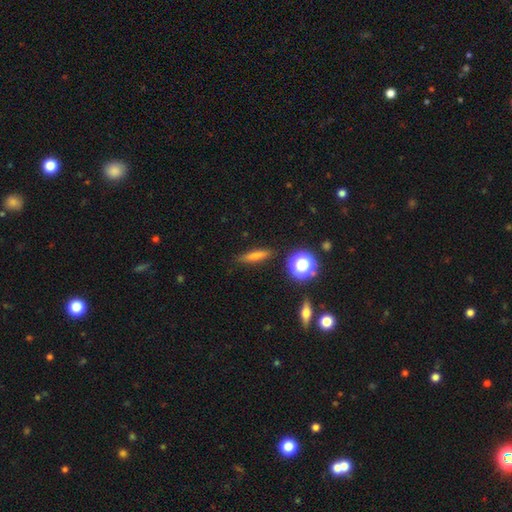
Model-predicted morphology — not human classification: smooth-or-featured: smooth: 72% | featured or disk: 15% | star or artifact: 13%
  how-rounded: cigar-shaped: 74% | in between: 18% | round: 9%
  merging: none: 86% | minor disturbance: 10% | major disturbance: 3% | merger: 2%